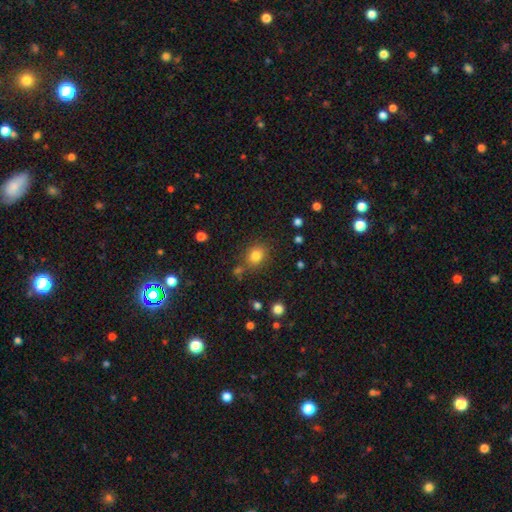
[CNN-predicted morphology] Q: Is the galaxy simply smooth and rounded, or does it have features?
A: smooth — 81%.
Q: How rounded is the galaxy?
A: round — 66%.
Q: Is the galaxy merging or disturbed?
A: none — 77%.